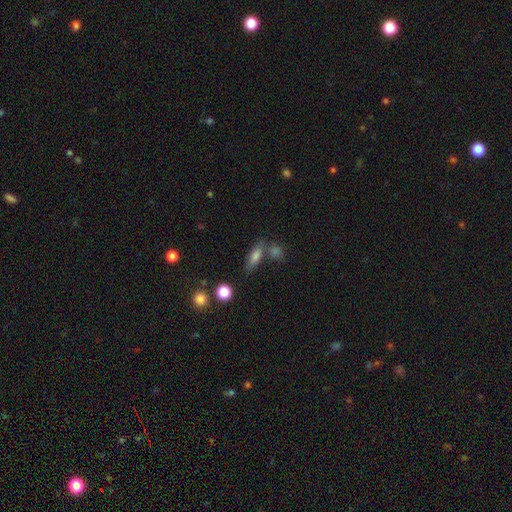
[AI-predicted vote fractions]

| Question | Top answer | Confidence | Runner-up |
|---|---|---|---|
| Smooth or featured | smooth | 67% | featured or disk (21%) |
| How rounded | in between | 48% | cigar-shaped (47%) |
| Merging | none | 63% | merger (18%) |